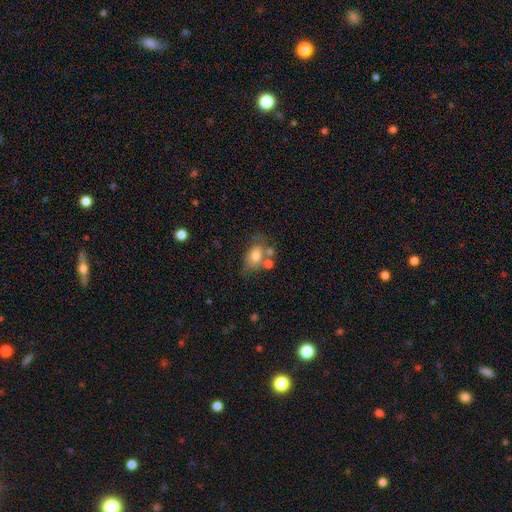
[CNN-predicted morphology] smooth-or-featured: smooth: 66% | featured or disk: 25% | star or artifact: 9%
  how-rounded: in between: 79% | round: 19% | cigar-shaped: 2%
  merging: none: 39% | merger: 29% | minor disturbance: 21% | major disturbance: 11%